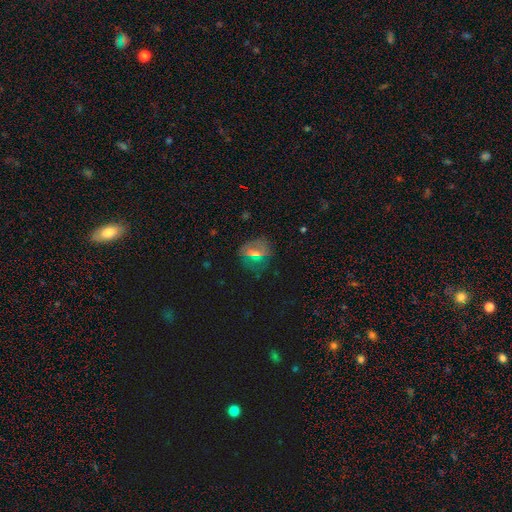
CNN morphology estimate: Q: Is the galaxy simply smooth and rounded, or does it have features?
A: smooth — 40%.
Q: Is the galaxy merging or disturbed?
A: none — 73%.